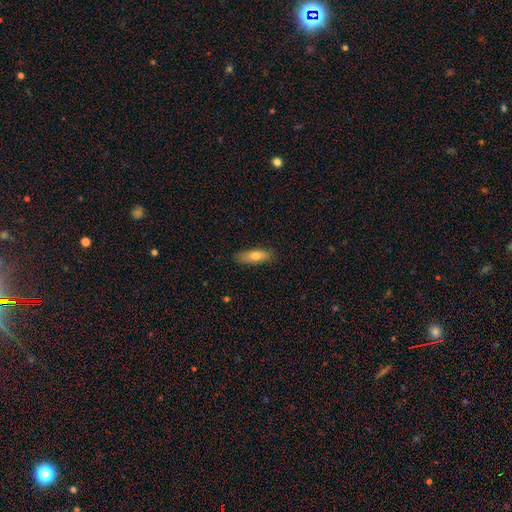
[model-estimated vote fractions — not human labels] The model was most divided on "how rounded": in between: 53%, cigar-shaped: 45%, round: 2%. More confident: merging — none (85%); smooth or featured — smooth (72%).